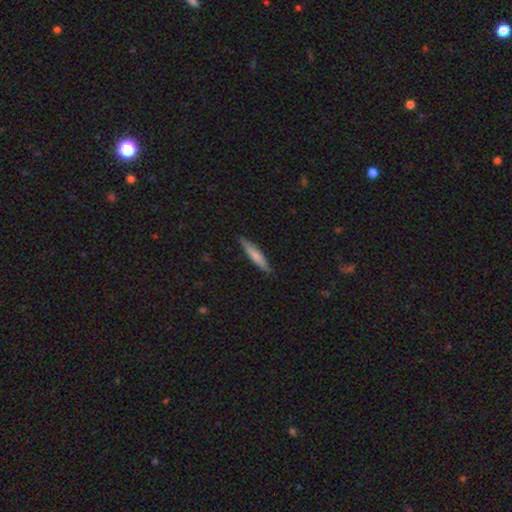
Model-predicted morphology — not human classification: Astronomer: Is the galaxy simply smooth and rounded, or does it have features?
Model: smooth — 72%.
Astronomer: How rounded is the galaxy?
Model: cigar-shaped — 87%.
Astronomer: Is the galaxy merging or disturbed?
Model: none — 86%.